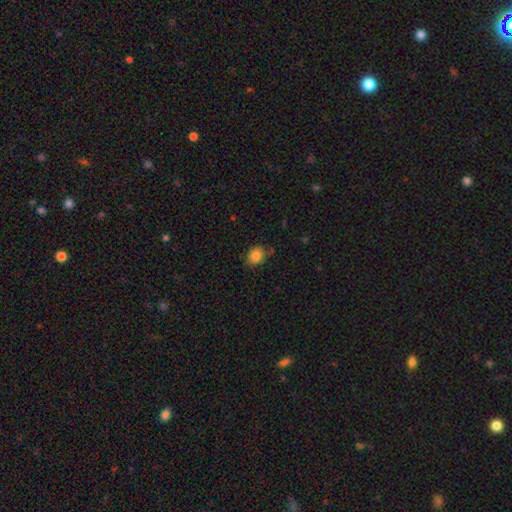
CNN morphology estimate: Q: Smooth or featured?
A: smooth (85%); runner-up: star or artifact (10%)
Q: How rounded?
A: round (53%); runner-up: in between (46%)
Q: Merging?
A: none (78%); runner-up: minor disturbance (16%)